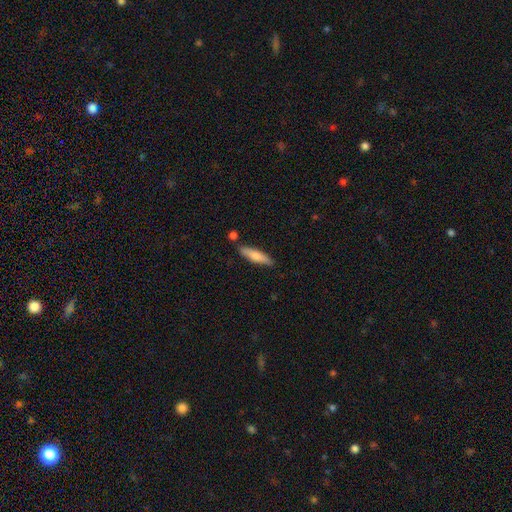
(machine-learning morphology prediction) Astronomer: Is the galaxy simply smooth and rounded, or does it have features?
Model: smooth — 72%.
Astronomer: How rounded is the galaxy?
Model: cigar-shaped — 74%.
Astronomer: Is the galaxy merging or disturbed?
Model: none — 81%.